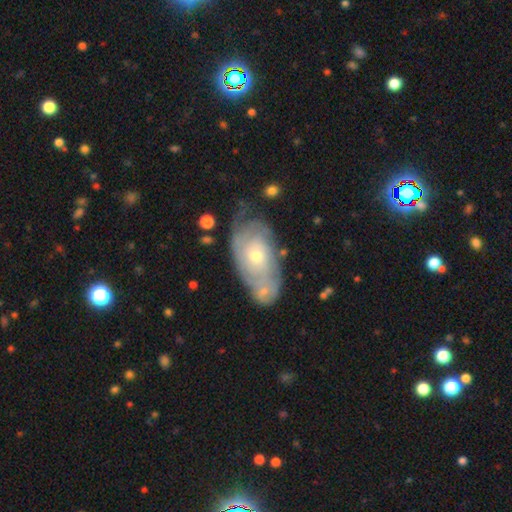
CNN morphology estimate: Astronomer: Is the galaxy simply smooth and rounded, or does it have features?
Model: featured or disk — 72%.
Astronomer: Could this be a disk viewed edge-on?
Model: no — 94%.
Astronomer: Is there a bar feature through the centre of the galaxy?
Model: no — 79%.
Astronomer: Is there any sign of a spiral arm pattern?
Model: yes — 83%.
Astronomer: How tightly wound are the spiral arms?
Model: tight — 72%.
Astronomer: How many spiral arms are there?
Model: can't tell — 59%.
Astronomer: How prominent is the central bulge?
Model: small — 56% (runner-up: moderate, 40%).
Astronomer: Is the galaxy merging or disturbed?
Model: none — 47% (runner-up: minor disturbance, 24%).